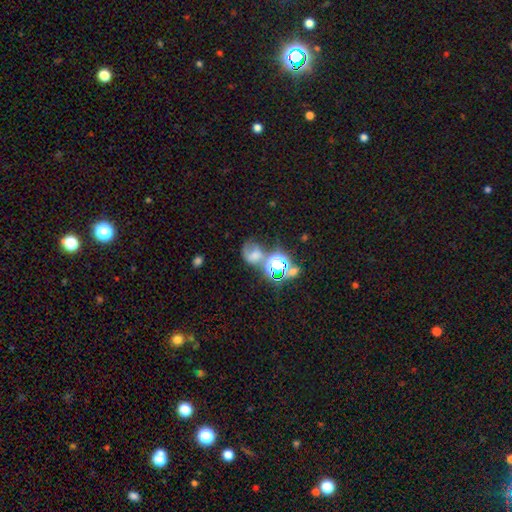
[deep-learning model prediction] smooth_or_featured: star or artifact (p=0.42) [alt: smooth p=0.30]